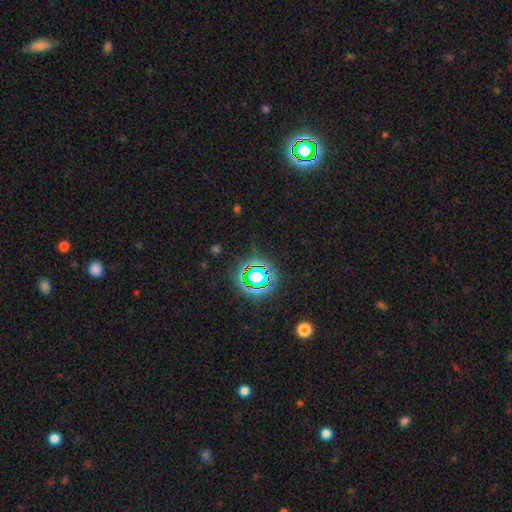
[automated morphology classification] Overall: star or artifact (76%).